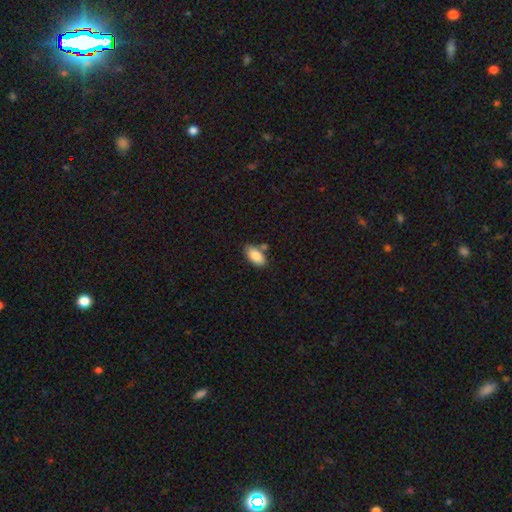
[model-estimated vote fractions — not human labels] smooth-or-featured: smooth: 85% | featured or disk: 9% | star or artifact: 7%
  how-rounded: in between: 93% | cigar-shaped: 4% | round: 3%
  merging: none: 70% | minor disturbance: 15% | merger: 12% | major disturbance: 3%